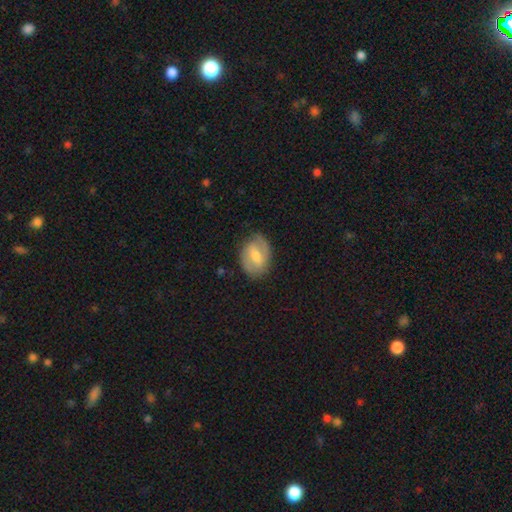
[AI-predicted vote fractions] Smooth or featured?
  - featured or disk: 51% *
  - smooth: 42%
  - star or artifact: 7%
Edge-on disk?
  - no: 94% *
  - yes: 6%
Merging?
  - none: 76% *
  - minor disturbance: 18%
  - major disturbance: 5%
  - merger: 1%